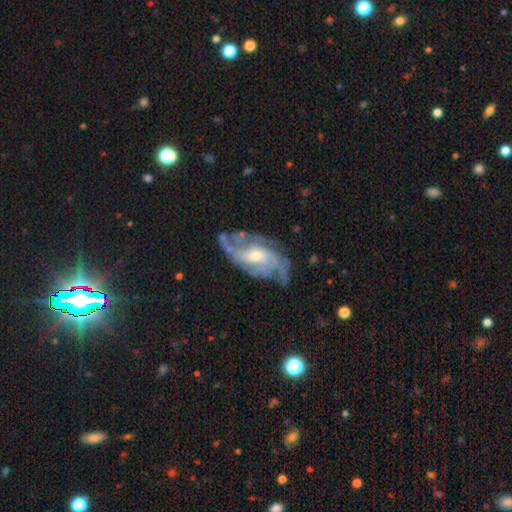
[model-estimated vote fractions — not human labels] This appears to be a featured or disk galaxy (86%) with no bar (53%), medium (43%) spiral arms (93%) and a small central bulge (48%). Merging: none (66%).